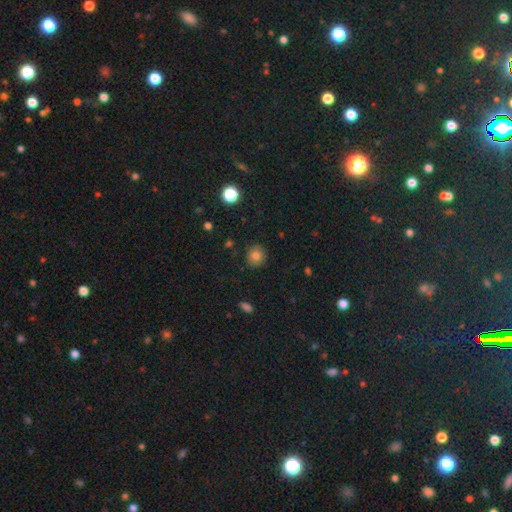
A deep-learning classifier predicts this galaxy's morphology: The model was most divided on "smooth or featured": smooth: 79%, star or artifact: 12%, featured or disk: 9%. More confident: how rounded — round (89%); merging — none (88%).